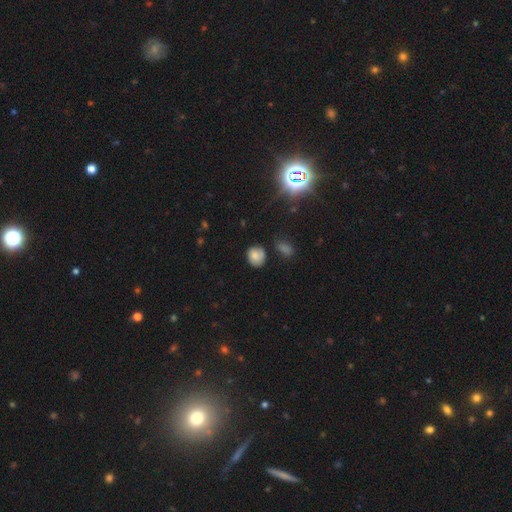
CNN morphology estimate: Smooth or featured?
  - smooth: 73% *
  - featured or disk: 14%
  - star or artifact: 13%
How rounded?
  - round: 63% *
  - in between: 36%
  - cigar-shaped: 1%
Merging?
  - none: 62% *
  - minor disturbance: 26%
  - merger: 6%
  - major disturbance: 6%